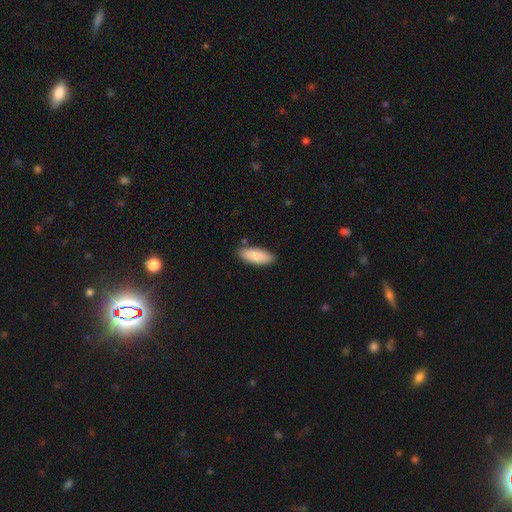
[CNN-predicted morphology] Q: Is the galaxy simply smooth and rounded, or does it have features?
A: smooth — 88%.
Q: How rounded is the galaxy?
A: in between — 75%.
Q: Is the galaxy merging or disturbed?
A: none — 84%.